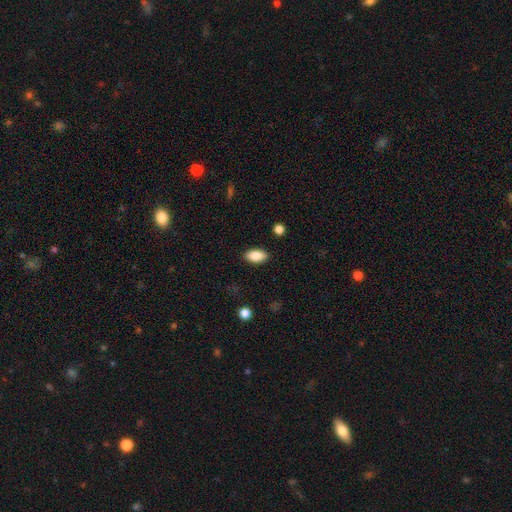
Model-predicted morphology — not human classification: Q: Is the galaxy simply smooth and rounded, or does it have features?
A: smooth — 84%.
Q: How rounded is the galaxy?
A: in between — 92%.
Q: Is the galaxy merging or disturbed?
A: none — 89%.